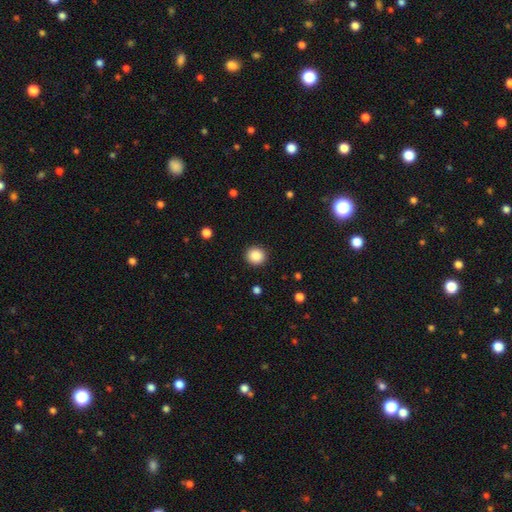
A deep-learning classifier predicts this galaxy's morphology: smooth_or_featured: smooth (p=0.88) [alt: star or artifact p=0.09]
how_rounded: round (p=0.89) [alt: in between p=0.10]
merging: none (p=0.91) [alt: minor disturbance p=0.06]